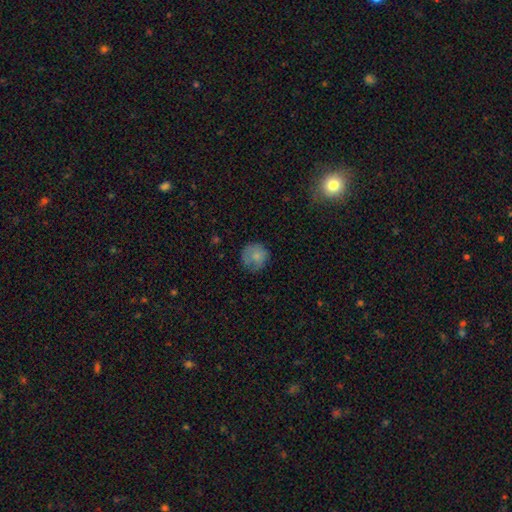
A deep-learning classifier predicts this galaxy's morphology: Smooth or featured? smooth (77%)
How rounded? round (90%)
Merging? none (70%)